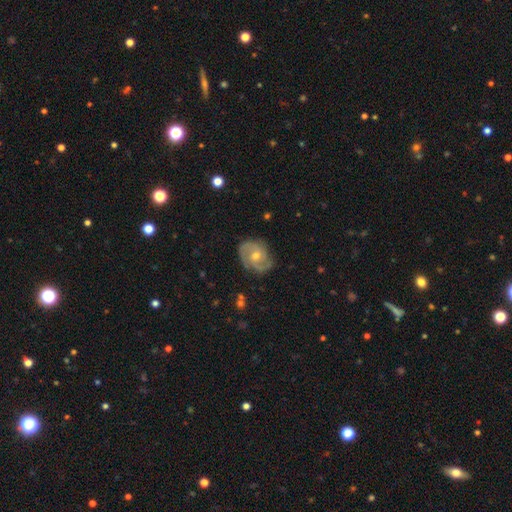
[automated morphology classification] Overall: featured or disk (81%). Edge-on disk: no (97%). Bar: no (69%). Spiral arms: yes (94%). Spiral arm count: 2 (54%; 3 21%). Spiral winding: tight (47%; medium 41%). Bulge size: moderate (58%; small 39%). Merging: none (77%).